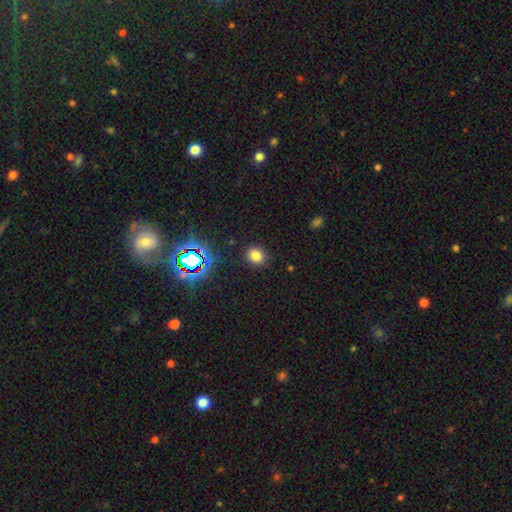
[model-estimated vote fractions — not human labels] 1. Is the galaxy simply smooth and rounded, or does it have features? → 74% smooth, 19% star or artifact, 6% featured or disk.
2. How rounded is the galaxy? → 59% round, 40% in between, 1% cigar-shaped.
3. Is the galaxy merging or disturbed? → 88% none, 8% minor disturbance, 3% major disturbance, 2% merger.